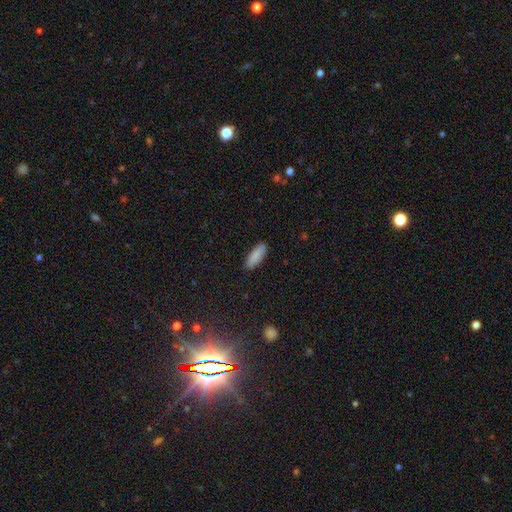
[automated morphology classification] Q: Smooth or featured?
A: smooth (88%); runner-up: star or artifact (6%)
Q: How rounded?
A: in between (66%); runner-up: cigar-shaped (32%)
Q: Merging?
A: none (88%); runner-up: minor disturbance (9%)